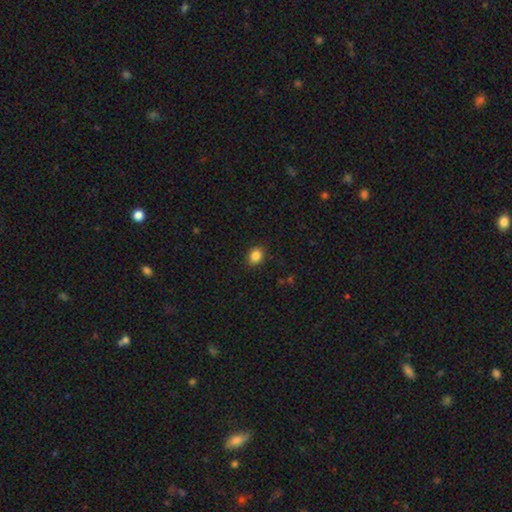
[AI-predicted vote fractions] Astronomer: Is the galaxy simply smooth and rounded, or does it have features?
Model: smooth — 85%.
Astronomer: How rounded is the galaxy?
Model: round — 53% (runner-up: in between, 46%).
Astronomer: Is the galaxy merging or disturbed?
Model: none — 87%.